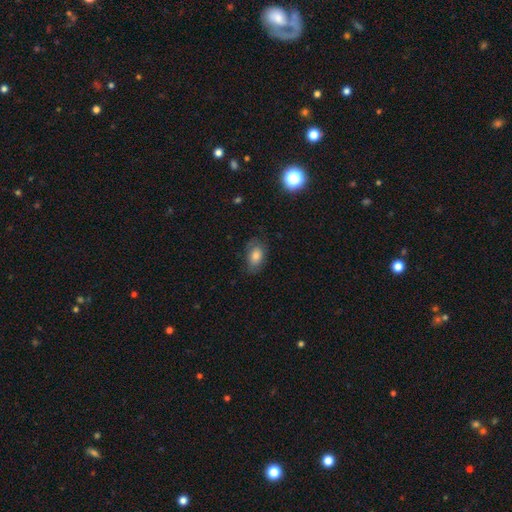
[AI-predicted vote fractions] Morphology: type=smooth (74%); roundness=in between (87%); merging=none (70%).